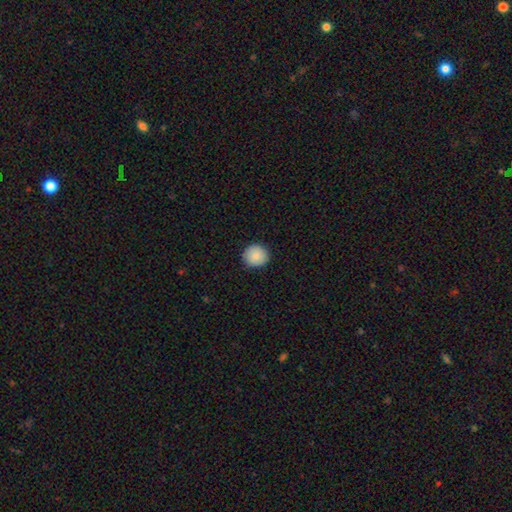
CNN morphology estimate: This is clearly a smooth galaxy (86%). How rounded: clearly round (91%). Merging: clearly none (90%).